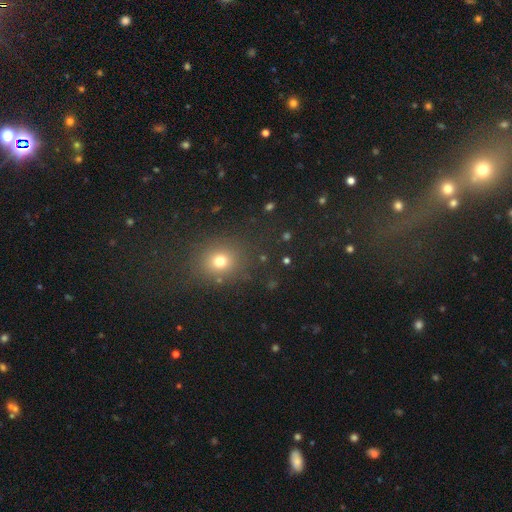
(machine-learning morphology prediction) This is possibly a smooth galaxy (56%). How rounded: likely round (70%). Merging: likely none (77%).